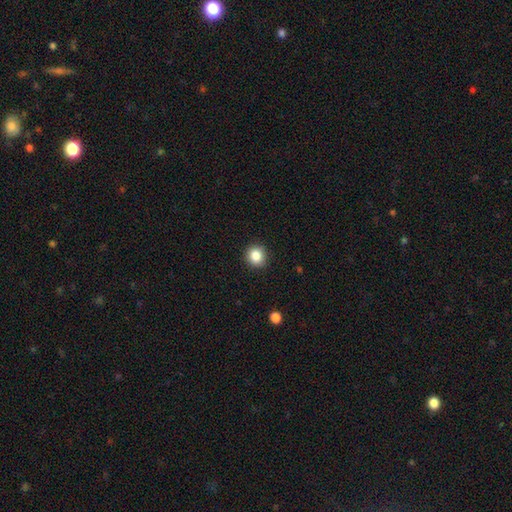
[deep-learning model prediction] smooth_or_featured: smooth (p=0.86) [alt: star or artifact p=0.10]
how_rounded: round (p=0.89) [alt: in between p=0.10]
merging: none (p=0.91) [alt: minor disturbance p=0.06]